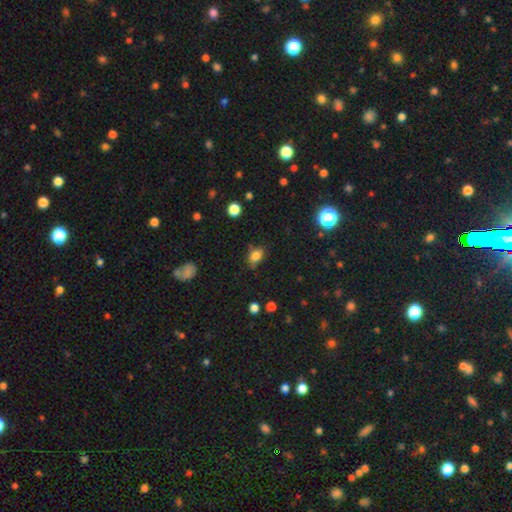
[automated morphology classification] smooth_or_featured: smooth (p=0.80) [alt: star or artifact p=0.13]
how_rounded: in between (p=0.73) [alt: round p=0.25]
merging: none (p=0.70) [alt: minor disturbance p=0.22]